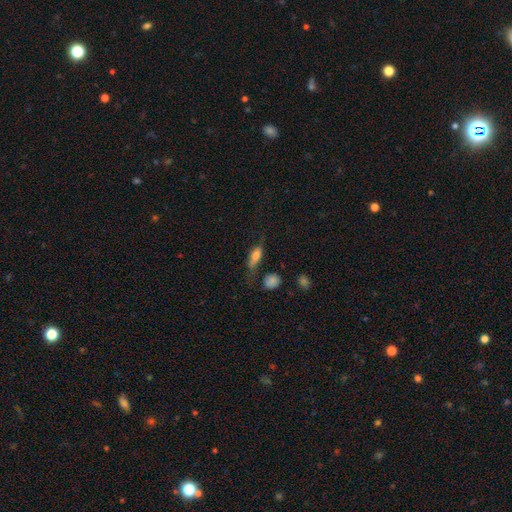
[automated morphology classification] This is likely a smooth galaxy (65%). How rounded: likely in between (61%). Merging: possibly none (52%).